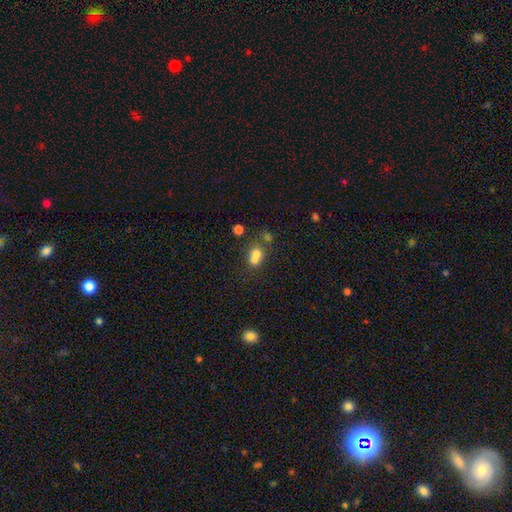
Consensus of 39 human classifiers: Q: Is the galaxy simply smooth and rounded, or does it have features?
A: smooth — 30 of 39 (77%).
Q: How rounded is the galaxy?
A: round — 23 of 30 (77%).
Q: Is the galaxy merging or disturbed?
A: merger — 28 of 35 (80%).